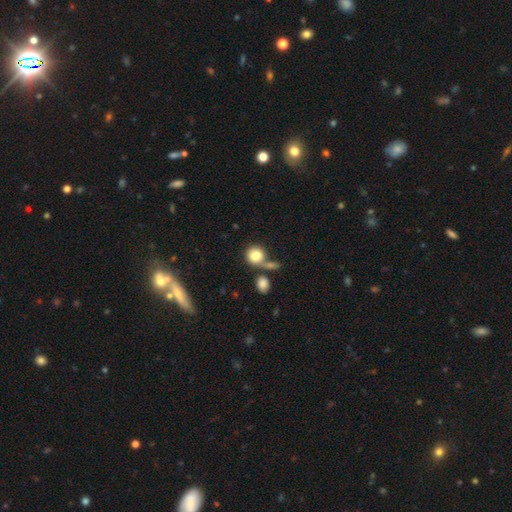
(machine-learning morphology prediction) Smooth or featured? smooth (83%)
How rounded? round (83%)
Merging? none (48%)